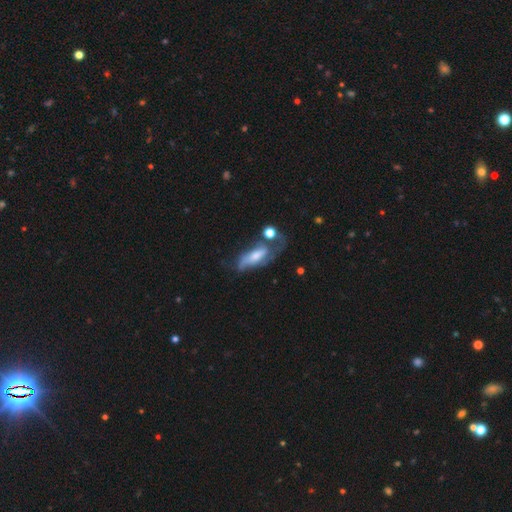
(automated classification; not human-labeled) Overall: featured or disk (55%; smooth 37%). Edge-on disk: no (81%). Merging: major disturbance (34%; none 27%).